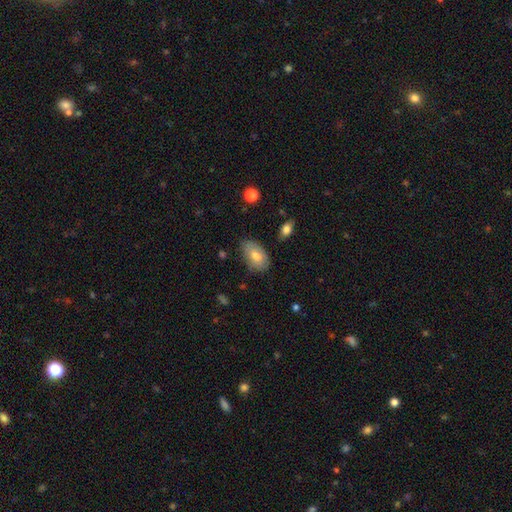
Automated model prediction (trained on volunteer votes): Smooth or featured?
  - smooth: 73% *
  - featured or disk: 19%
  - star or artifact: 7%
How rounded?
  - in between: 92% *
  - round: 6%
  - cigar-shaped: 2%
Merging?
  - none: 70% *
  - minor disturbance: 24%
  - major disturbance: 4%
  - merger: 2%